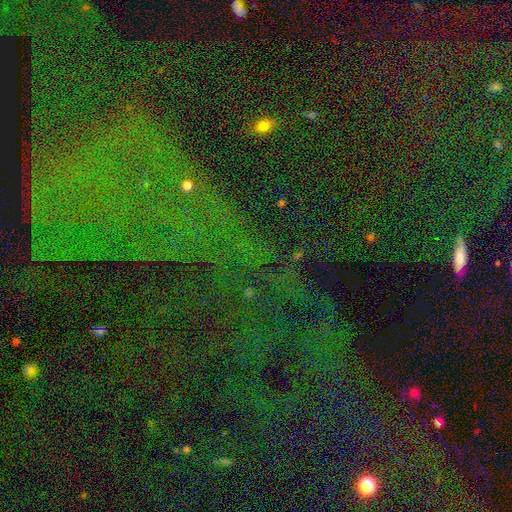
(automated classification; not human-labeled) This appears to be a star or artifact, not a galaxy (80%).